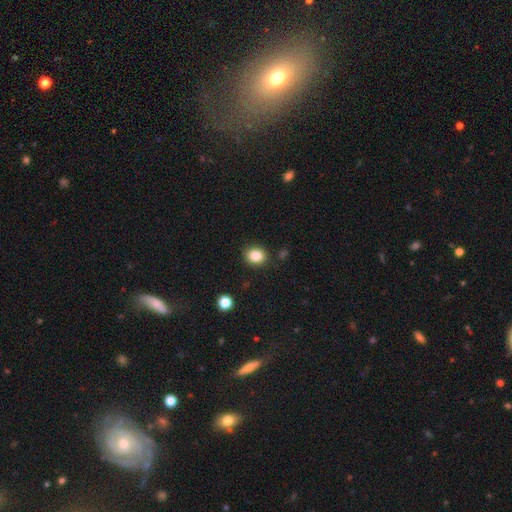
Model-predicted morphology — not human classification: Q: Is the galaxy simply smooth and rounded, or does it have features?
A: smooth — 84%.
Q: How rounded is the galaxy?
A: round — 67%.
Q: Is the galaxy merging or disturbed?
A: none — 88%.